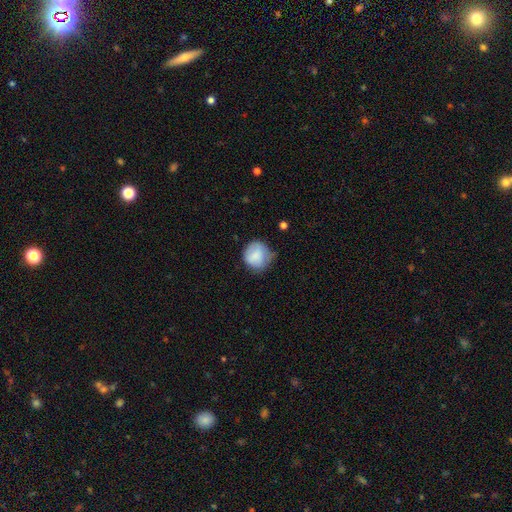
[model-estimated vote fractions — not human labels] A smooth galaxy with no disk features (82%) that is round (85%). Merging: none (56%).